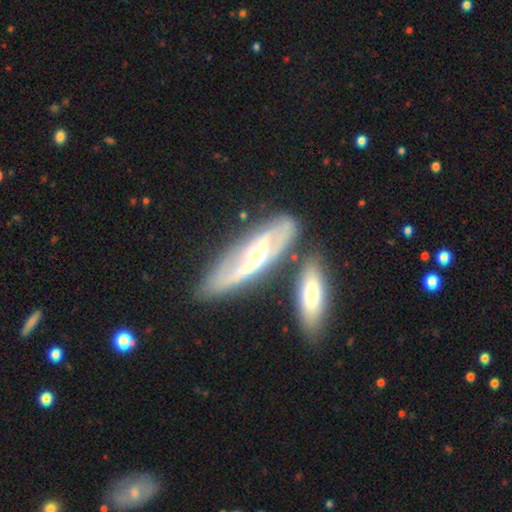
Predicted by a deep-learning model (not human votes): smooth-or-featured: featured or disk: 76% | smooth: 18% | star or artifact: 5%
  disk-edge-on: no: 66% | yes: 34%
    bar: no: 36% | weak: 34% | strong: 30%
    has-spiral-arms: yes: 73% | no: 27%
    bulge-size: moderate: 65% | small: 26% | large: 7% | none: 2% | dominant: 1%
  merging: none: 64% | minor disturbance: 17% | merger: 14% | major disturbance: 6%